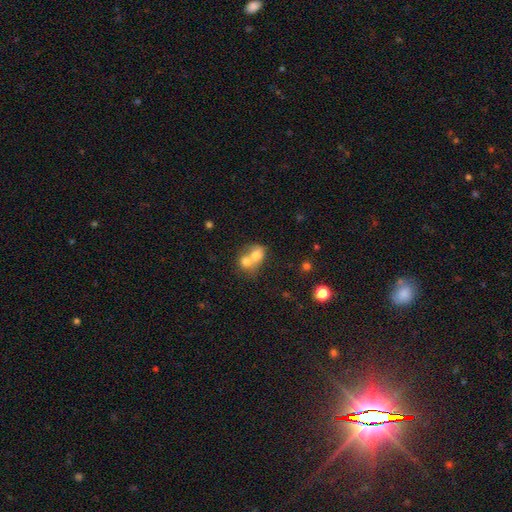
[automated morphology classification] Q: Smooth or featured?
A: smooth (70%); runner-up: featured or disk (21%)
Q: How rounded?
A: round (57%); runner-up: in between (42%)
Q: Merging?
A: merger (74%); runner-up: none (18%)